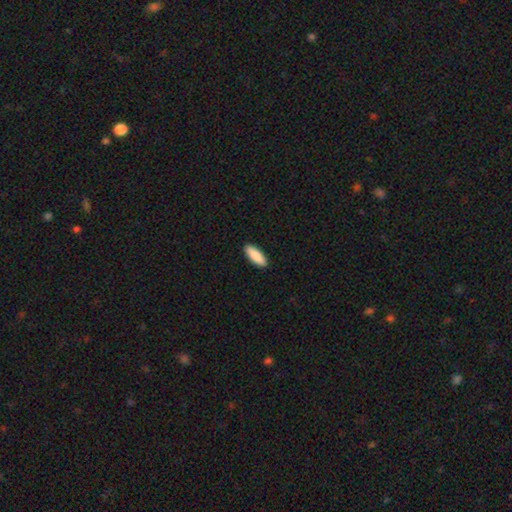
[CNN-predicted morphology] Q: Smooth or featured?
A: smooth (89%); runner-up: featured or disk (6%)
Q: How rounded?
A: in between (66%); runner-up: cigar-shaped (33%)
Q: Merging?
A: none (91%); runner-up: minor disturbance (6%)